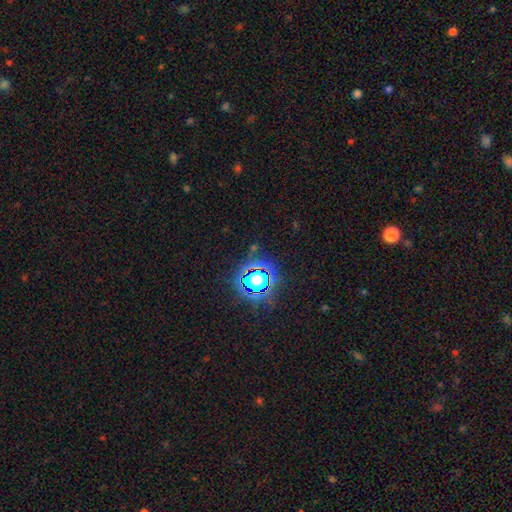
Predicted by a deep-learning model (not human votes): Overall: star or artifact (81%).